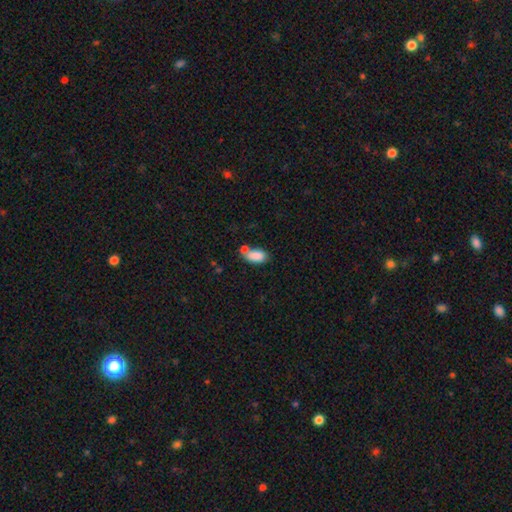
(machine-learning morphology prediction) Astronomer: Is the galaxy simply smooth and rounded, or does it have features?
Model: smooth — 86%.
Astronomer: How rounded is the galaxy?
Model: in between — 92%.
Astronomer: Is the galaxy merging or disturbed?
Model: none — 53%.